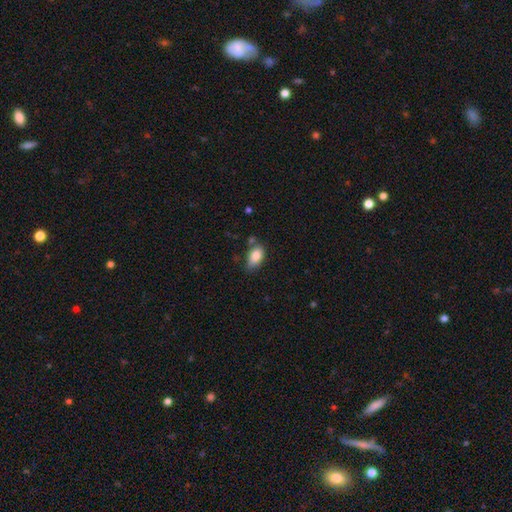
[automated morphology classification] Overall: smooth (84%). How rounded: in between (90%). Merging: none (58%; minor disturbance 28%).